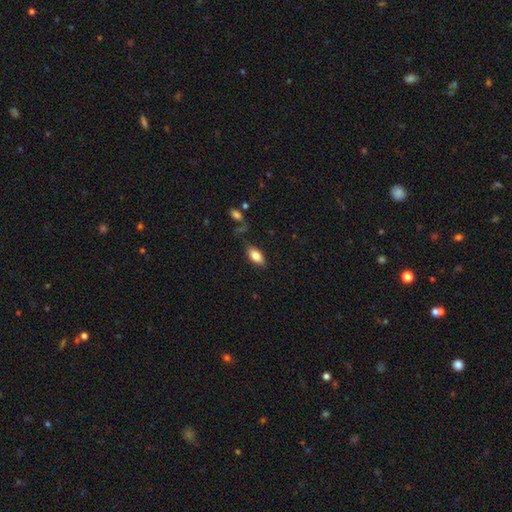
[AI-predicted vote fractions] Smooth or featured?
  - smooth: 76% *
  - featured or disk: 17%
  - star or artifact: 7%
How rounded?
  - in between: 87% *
  - cigar-shaped: 9%
  - round: 3%
Merging?
  - none: 75% *
  - minor disturbance: 16%
  - major disturbance: 5%
  - merger: 4%